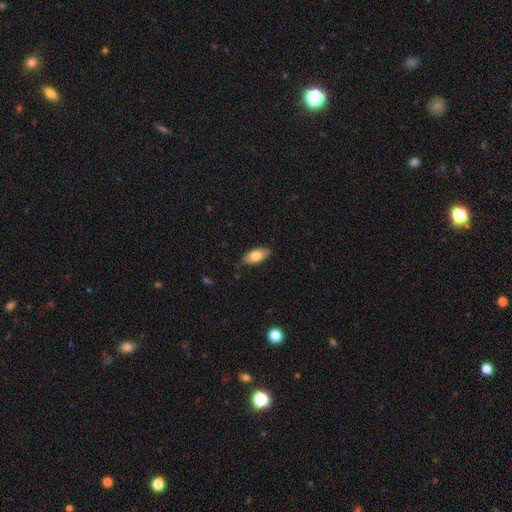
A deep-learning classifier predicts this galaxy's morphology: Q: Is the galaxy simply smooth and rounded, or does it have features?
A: smooth — 76%.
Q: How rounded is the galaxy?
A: in between — 87%.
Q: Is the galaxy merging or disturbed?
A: none — 84%.